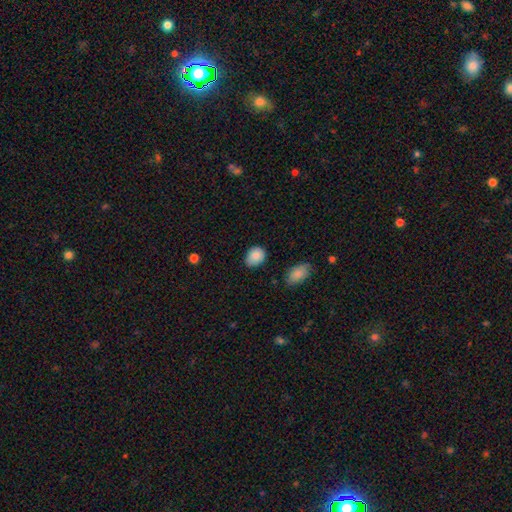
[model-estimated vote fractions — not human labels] Smooth or featured? Predicted: smooth (p=0.86). How rounded? Predicted: in between (p=0.64). Merging? Predicted: none (p=0.76).